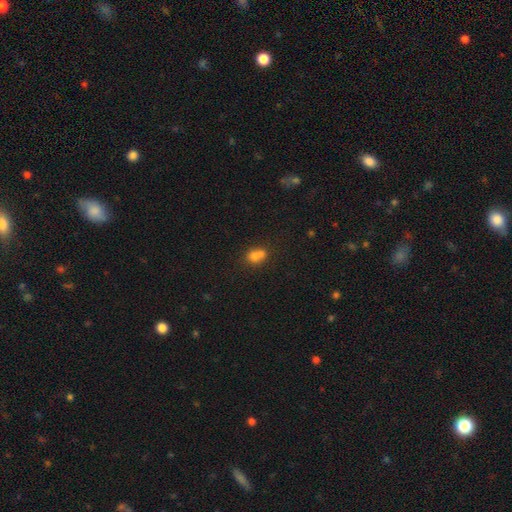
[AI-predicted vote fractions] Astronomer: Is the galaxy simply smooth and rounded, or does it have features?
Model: smooth — 73%.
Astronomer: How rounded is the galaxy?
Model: round — 59% (runner-up: in between, 39%).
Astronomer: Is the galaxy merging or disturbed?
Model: merger — 56%.